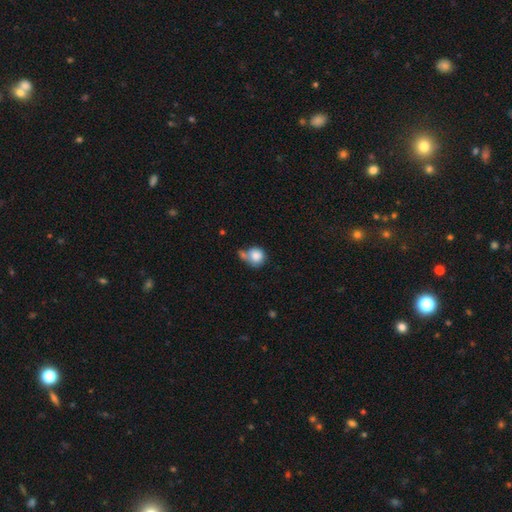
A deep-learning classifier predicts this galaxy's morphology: This appears to be a smooth galaxy with no disk features (83%) that is round (85%). Merging: none (39%).